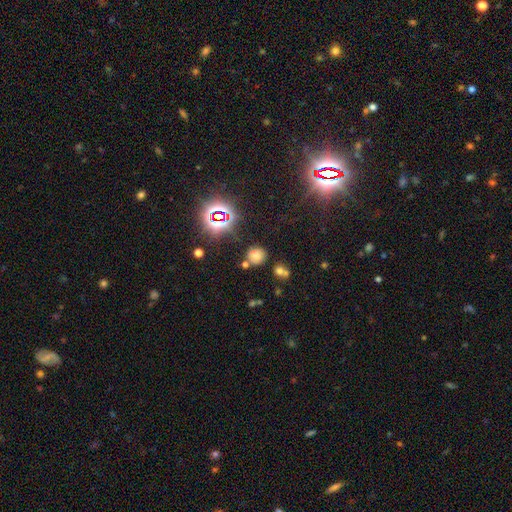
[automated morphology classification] The model was most divided on "smooth or featured": smooth: 61%, star or artifact: 29%, featured or disk: 10%. More confident: how rounded — round (86%); merging — none (73%).